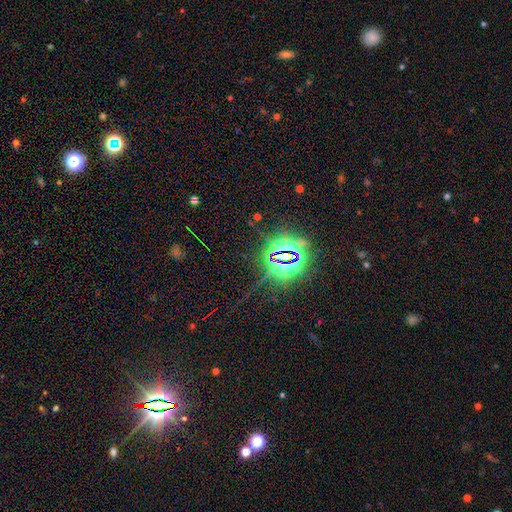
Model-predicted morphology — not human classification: This appears to be a star or artifact, not a galaxy (85%).